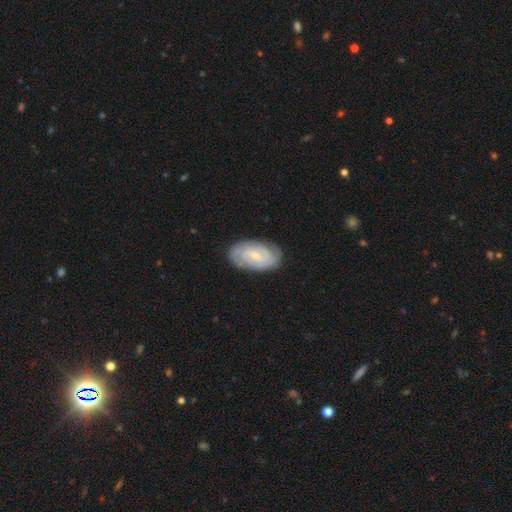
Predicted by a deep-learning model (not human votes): Smooth or featured: featured or disk — 73% (smooth — 22%)
Edge-on disk: no — 95% (yes — 5%)
Bar: no — 50% (weak — 41%)
Spiral arms: yes — 90% (no — 10%)
Spiral winding: tight — 68% (medium — 25%)
Spiral arm count: 2 — 37% (tied with can't tell — 37%)
Bulge size: small — 65% (moderate — 31%)
Merging: none — 81% (minor disturbance — 15%)